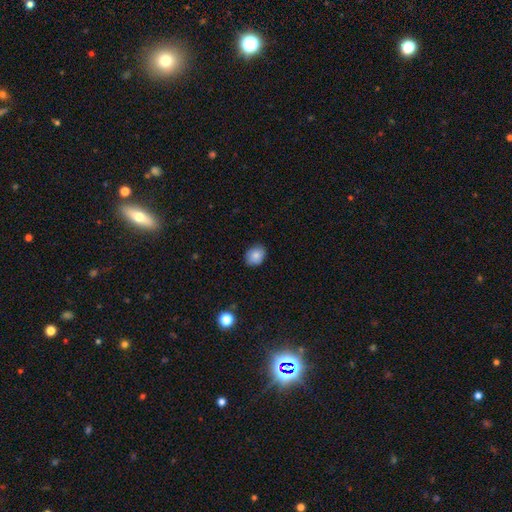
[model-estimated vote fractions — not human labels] Smooth or featured? smooth (83%)
How rounded? round (52%)
Merging? none (83%)